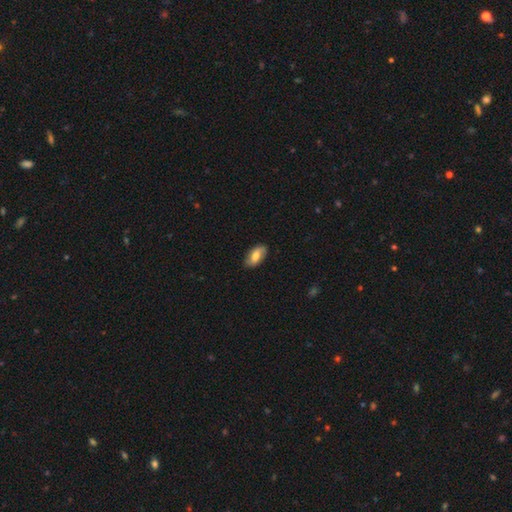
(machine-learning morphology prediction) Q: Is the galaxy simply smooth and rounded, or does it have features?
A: smooth — 63%.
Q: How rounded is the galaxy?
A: in between — 92%.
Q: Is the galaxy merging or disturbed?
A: none — 83%.